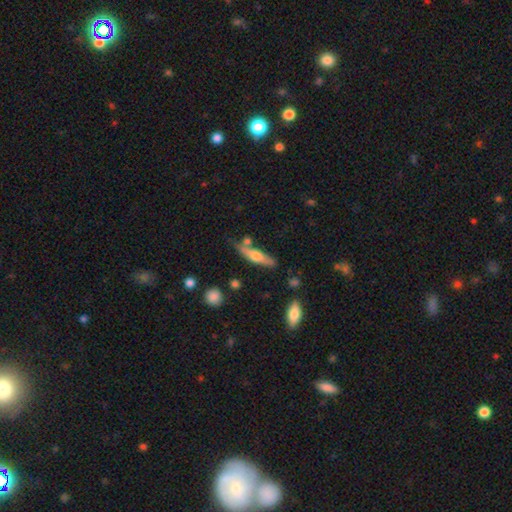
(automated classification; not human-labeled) Overall: smooth (50%; featured or disk 44%). Merging: none (65%).